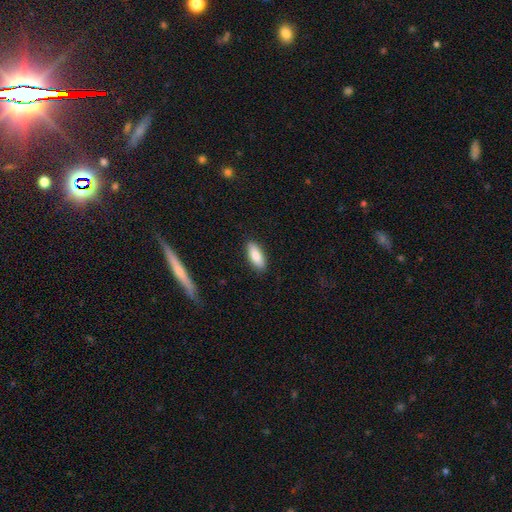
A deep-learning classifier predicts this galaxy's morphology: This appears to be a smooth galaxy with no disk features (84%) that is in between round and cigar-shaped (77%). Merging: none (87%).